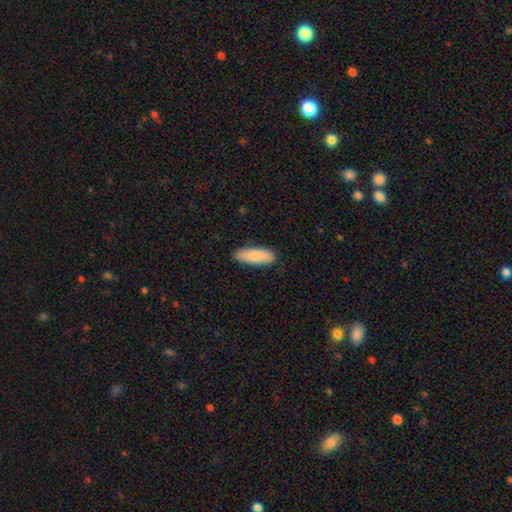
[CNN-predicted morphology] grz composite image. It shows a smooth galaxy with no disk features (84%) that is in between round and cigar-shaped (66%). Merging: none (84%).